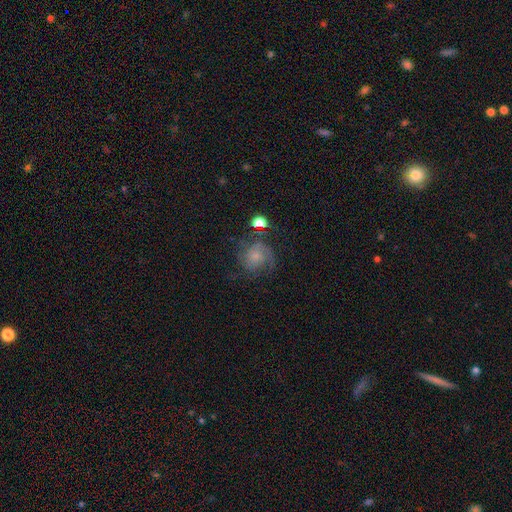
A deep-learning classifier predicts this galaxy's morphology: A featured or disk galaxy (67%) with no bar (77%), 2 (38%) tight (44%) spiral arms (92%) and a small central bulge (61%).

Vote fractions:
- Smooth or featured? featured or disk: 67% / smooth: 23% / star or artifact: 10%
- Edge-on disk? no: 98% / yes: 2%
- Bar? no: 77% / weak: 20% / strong: 3%
- Spiral arms? yes: 92% / no: 8%
- Spiral winding? tight: 44% / medium: 39% / loose: 17%
- Spiral arm count? 2: 38% / can't tell: 24% / 3: 18% / 1: 11% / 4: 5% / more than 4: 4%
- Bulge size? small: 61% / moderate: 21% / none: 13% / large: 4% / dominant: 2%
- Merging? none: 59% / minor disturbance: 20% / major disturbance: 16% / merger: 4%